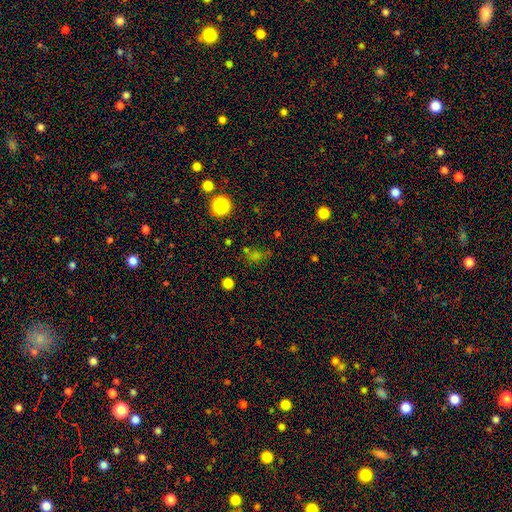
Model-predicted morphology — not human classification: smooth-or-featured: smooth: 49% | star or artifact: 41% | featured or disk: 10%
  merging: none: 66% | minor disturbance: 16% | major disturbance: 10% | merger: 8%